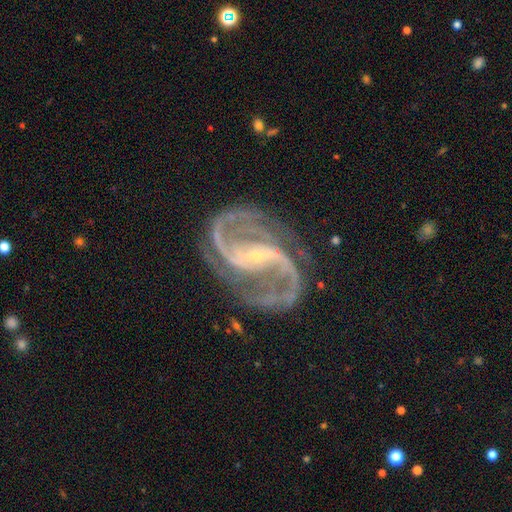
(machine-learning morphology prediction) Q: Smooth or featured?
A: featured or disk (93%); runner-up: star or artifact (5%)
Q: Edge-on disk?
A: no (98%); runner-up: yes (2%)
Q: Bar?
A: strong (49%); runner-up: weak (34%)
Q: Spiral arms?
A: yes (99%); runner-up: no (1%)
Q: Spiral winding?
A: medium (60%); runner-up: loose (25%)
Q: Spiral arm count?
A: 2 (87%); runner-up: 3 (4%)
Q: Bulge size?
A: small (85%); runner-up: moderate (11%)
Q: Merging?
A: none (74%); runner-up: minor disturbance (15%)